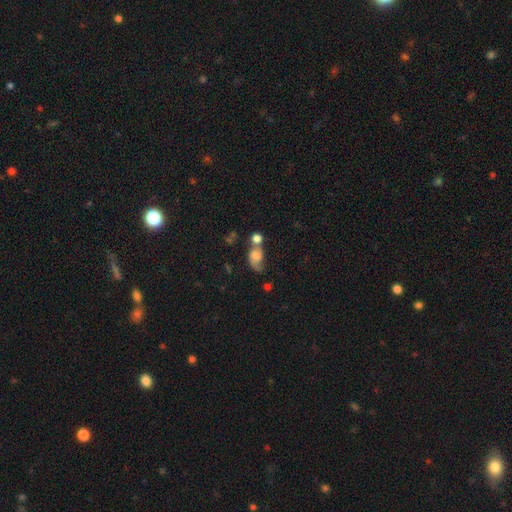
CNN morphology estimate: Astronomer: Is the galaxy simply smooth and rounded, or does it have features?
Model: smooth — 54% (runner-up: featured or disk, 33%).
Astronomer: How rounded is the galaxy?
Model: in between — 65%.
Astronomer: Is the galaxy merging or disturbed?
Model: merger — 38% (runner-up: none, 25%).